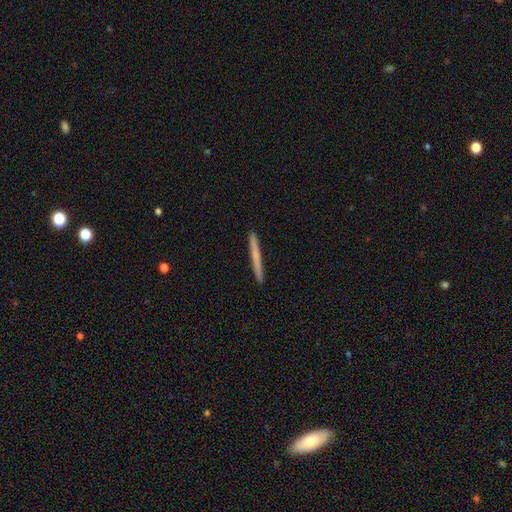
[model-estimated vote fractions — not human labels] This is likely a smooth galaxy (61%). How rounded: clearly cigar-shaped (97%). Merging: clearly none (93%).